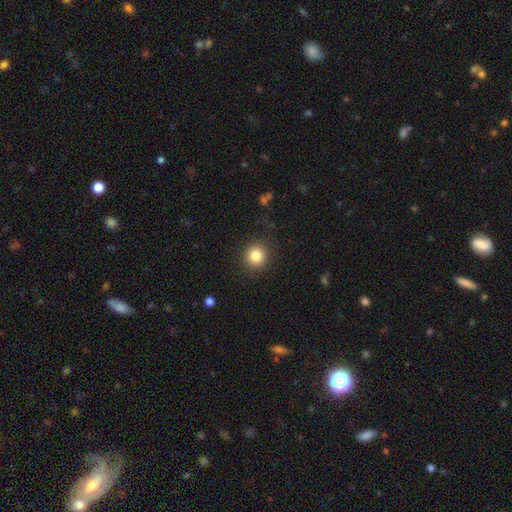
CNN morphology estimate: smooth_or_featured: smooth (p=0.84) [alt: star or artifact p=0.10]
how_rounded: round (p=0.90) [alt: in between p=0.09]
merging: none (p=0.88) [alt: minor disturbance p=0.08]